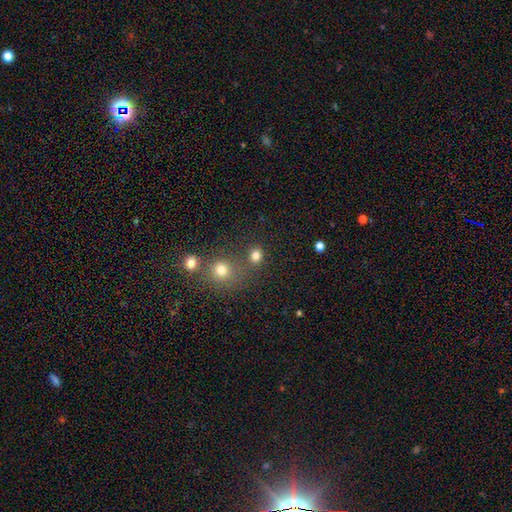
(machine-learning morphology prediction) This appears to be a smooth galaxy with no disk features (78%) that is round (73%). Merging: none (72%).